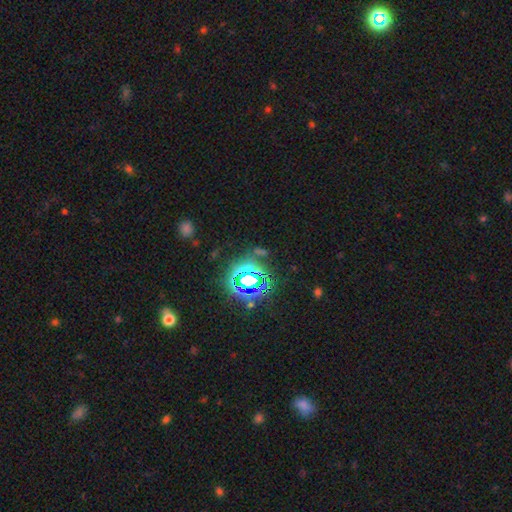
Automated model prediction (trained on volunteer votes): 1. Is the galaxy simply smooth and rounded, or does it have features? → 76% star or artifact, 15% smooth, 10% featured or disk.